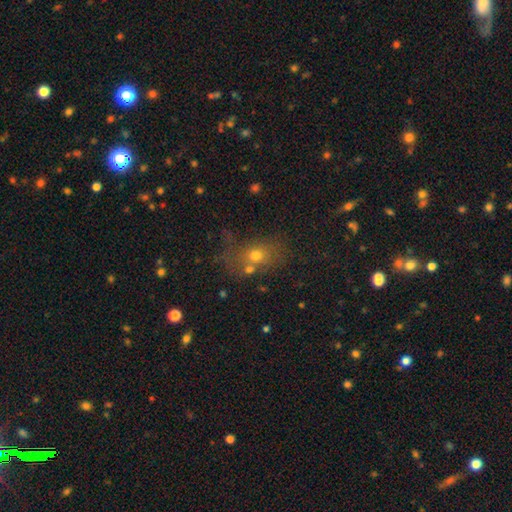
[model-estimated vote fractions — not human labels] Smooth or featured? smooth (62%)
How rounded? in between (50%)
Merging? none (52%)